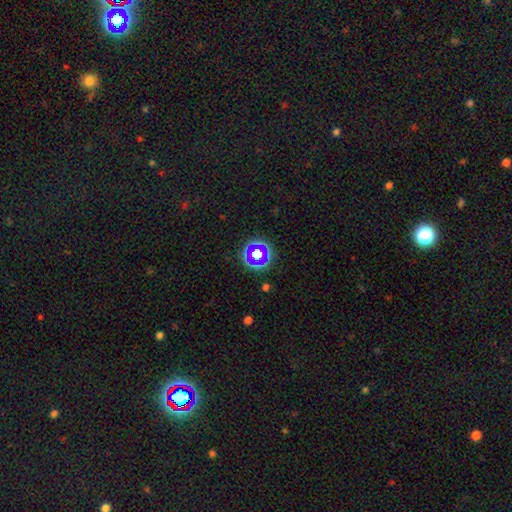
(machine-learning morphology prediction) A star or artifact, not a galaxy (45%).

Vote fractions:
- Smooth or featured? star or artifact: 45% / smooth: 41% / featured or disk: 15%